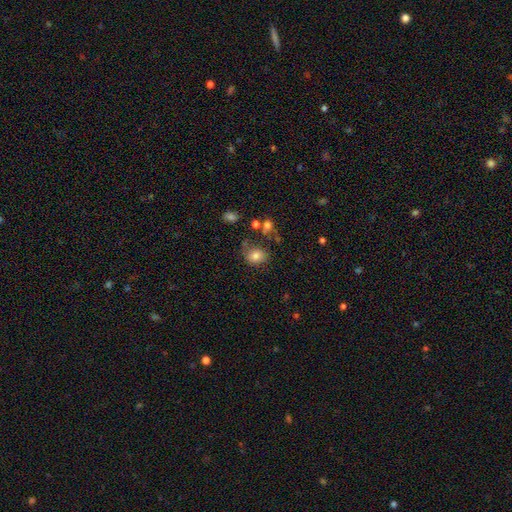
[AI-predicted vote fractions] Smooth or featured: smooth — 77% (featured or disk — 12%)
How rounded: round — 58% (in between — 42%)
Merging: none — 63% (minor disturbance — 21%)